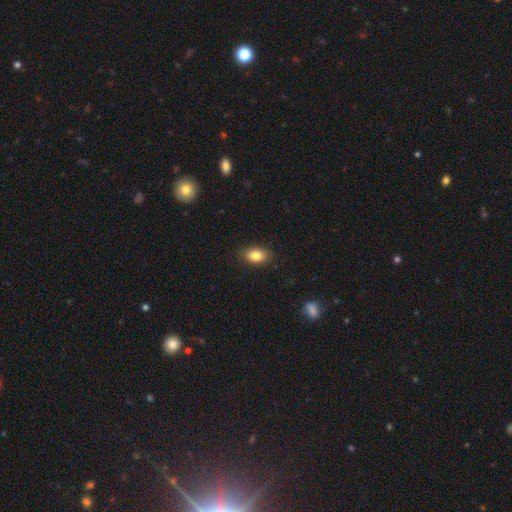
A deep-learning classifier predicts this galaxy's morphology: smooth-or-featured: smooth: 84% | featured or disk: 8% | star or artifact: 8%
  how-rounded: in between: 87% | round: 10% | cigar-shaped: 3%
  merging: none: 85% | minor disturbance: 12% | major disturbance: 2% | merger: 1%